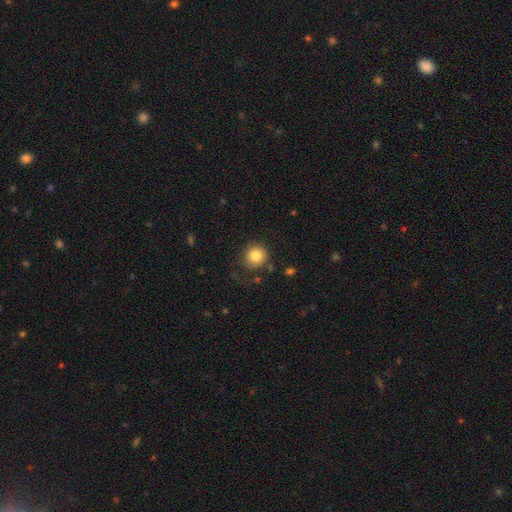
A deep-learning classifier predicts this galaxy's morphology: Smooth or featured?
  - smooth: 84% *
  - star or artifact: 10%
  - featured or disk: 7%
How rounded?
  - round: 90% *
  - in between: 9%
  - cigar-shaped: 1%
Merging?
  - none: 81% *
  - minor disturbance: 12%
  - major disturbance: 5%
  - merger: 2%